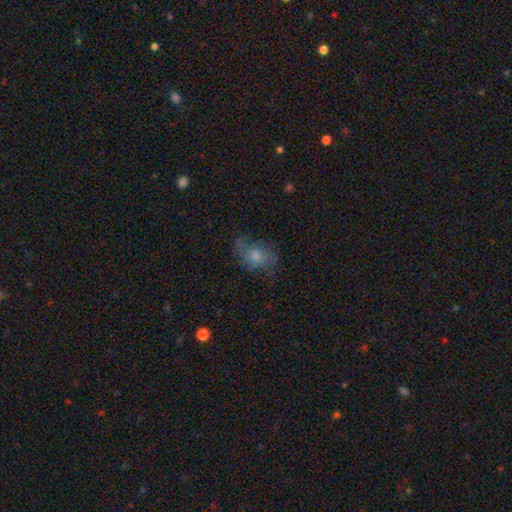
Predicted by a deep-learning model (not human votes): A smooth galaxy with no disk features (45%). Merging: none (61%).